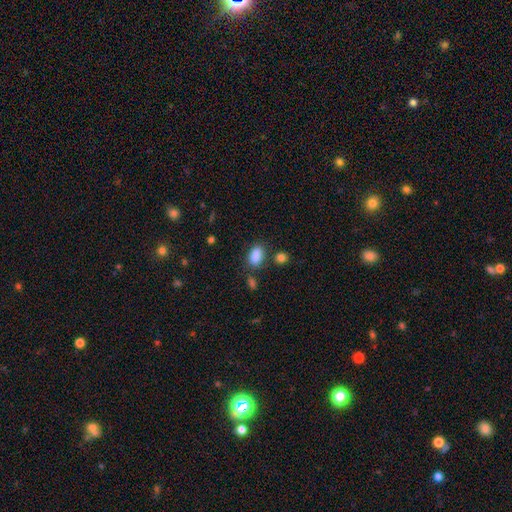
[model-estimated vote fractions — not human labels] A smooth galaxy with no disk features (86%) that is in between round and cigar-shaped (88%).

Vote fractions:
- Smooth or featured? smooth: 86% / star or artifact: 9% / featured or disk: 5%
- How rounded? in between: 88% / round: 9% / cigar-shaped: 4%
- Merging? none: 71% / minor disturbance: 16% / merger: 8% / major disturbance: 5%